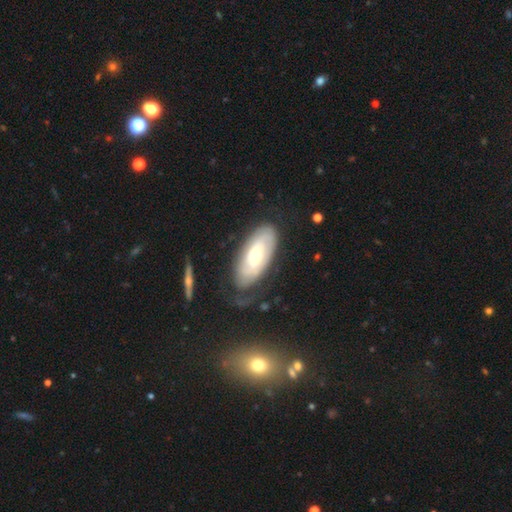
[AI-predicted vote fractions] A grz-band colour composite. It shows a featured or disk galaxy (61%) with no bar (62%), spiral arms (67%) and a moderate central bulge (70%). Merging: none (67%).